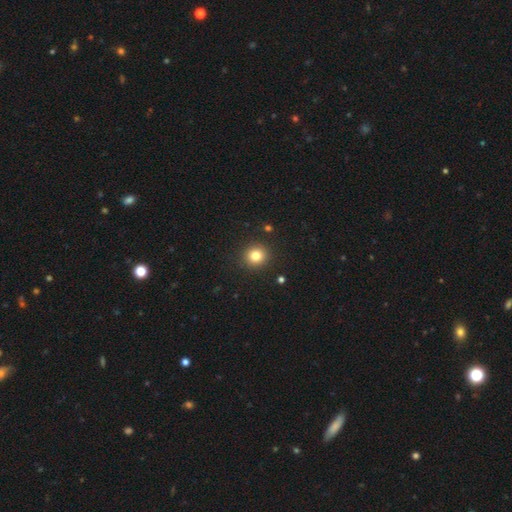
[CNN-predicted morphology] Smooth or featured: smooth — 81% (star or artifact — 12%)
How rounded: round — 91% (in between — 8%)
Merging: none — 91% (minor disturbance — 6%)